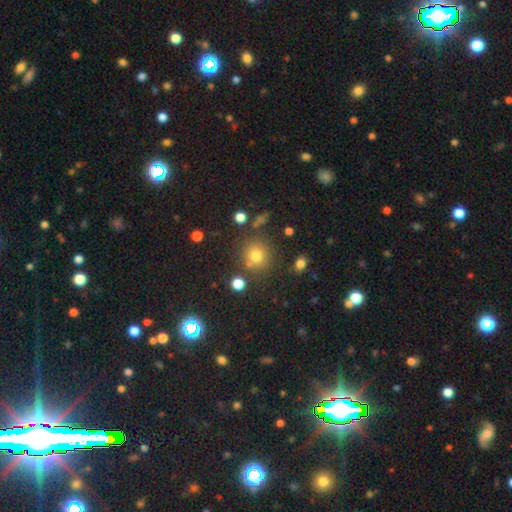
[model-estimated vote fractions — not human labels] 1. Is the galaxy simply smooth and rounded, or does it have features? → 74% smooth, 17% star or artifact, 9% featured or disk.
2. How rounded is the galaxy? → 88% round, 11% in between, 1% cigar-shaped.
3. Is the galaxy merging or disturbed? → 76% none, 11% minor disturbance, 9% merger, 4% major disturbance.